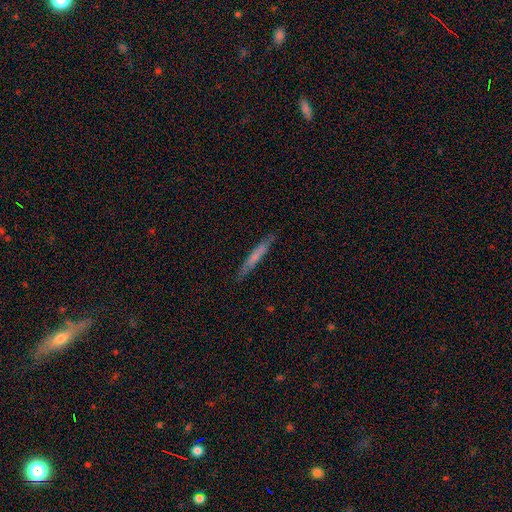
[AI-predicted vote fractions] Smooth or featured? smooth (62%)
How rounded? cigar-shaped (95%)
Merging? none (87%)